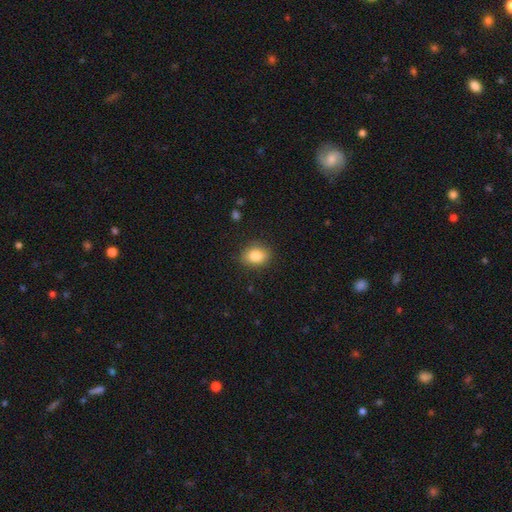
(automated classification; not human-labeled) Smooth or featured?
  - smooth: 83% *
  - star or artifact: 9%
  - featured or disk: 8%
How rounded?
  - in between: 60% *
  - round: 39%
  - cigar-shaped: 1%
Merging?
  - none: 87% *
  - minor disturbance: 10%
  - major disturbance: 2%
  - merger: 1%